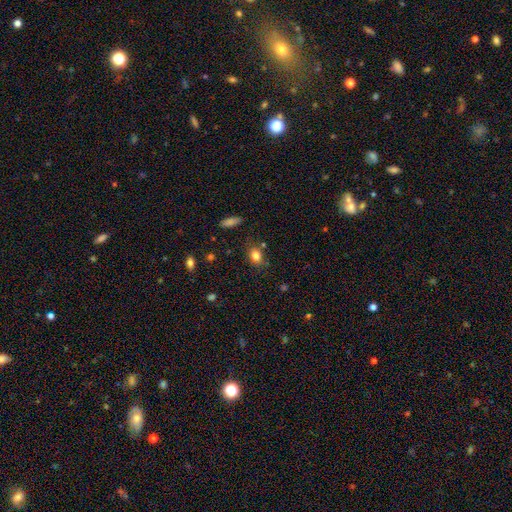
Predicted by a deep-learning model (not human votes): Morphology: type=smooth (82%); roundness=in between (63%); merging=none (76%).